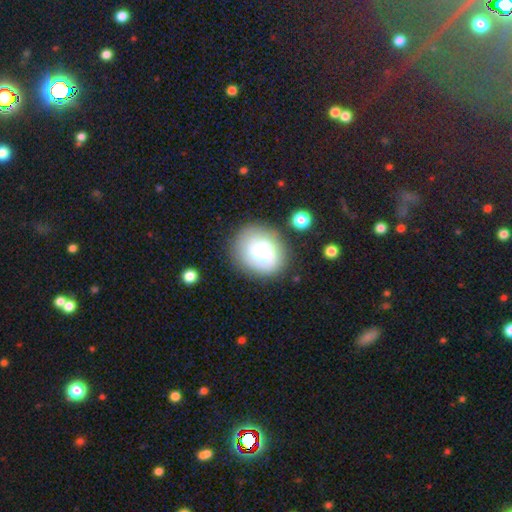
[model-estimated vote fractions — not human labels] The model was most divided on "smooth or featured": smooth: 49%, featured or disk: 42%, star or artifact: 9%. More confident: merging — none (66%).